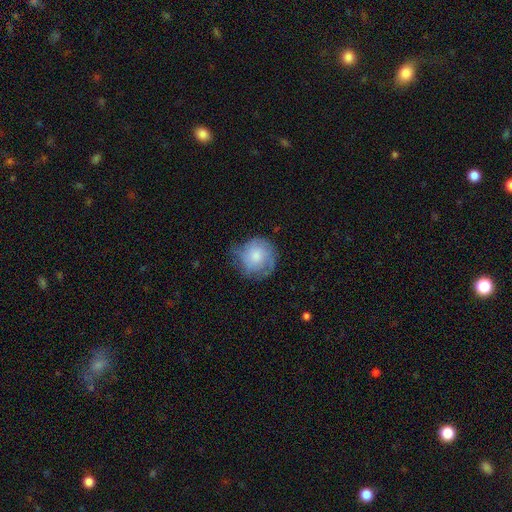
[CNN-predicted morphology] A smooth galaxy with no disk features (64%) that is round (89%).

Vote fractions:
- Smooth or featured? smooth: 64% / featured or disk: 29% / star or artifact: 7%
- How rounded? round: 89% / in between: 10% / cigar-shaped: 1%
- Merging? none: 52% / minor disturbance: 34% / major disturbance: 12% / merger: 2%